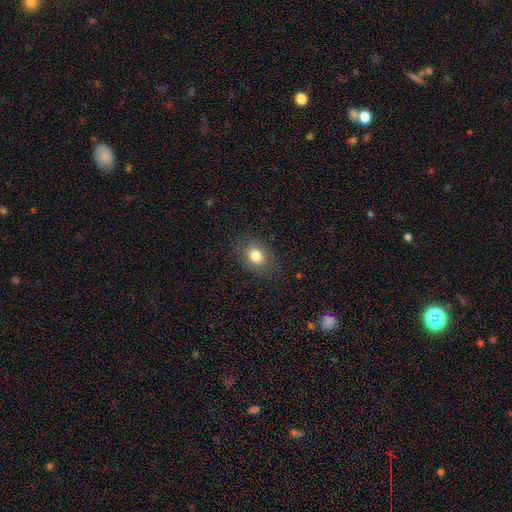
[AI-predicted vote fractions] Smooth or featured: smooth — 80% (star or artifact — 10%)
How rounded: in between — 56% (round — 43%)
Merging: none — 82% (minor disturbance — 12%)